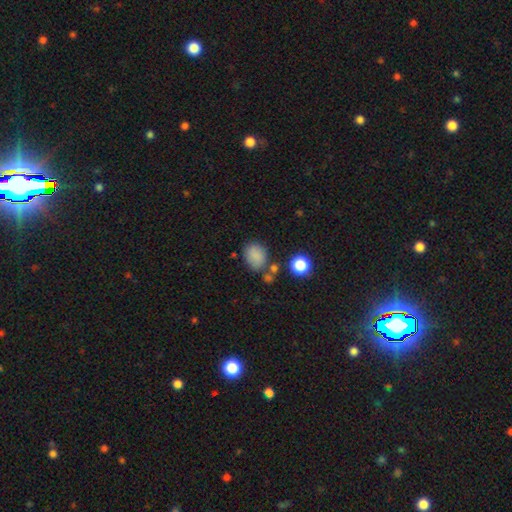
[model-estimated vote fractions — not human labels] smooth_or_featured: smooth (p=0.82) [alt: star or artifact p=0.11]
how_rounded: round (p=0.51) [alt: in between p=0.48]
merging: none (p=0.67) [alt: minor disturbance p=0.17]